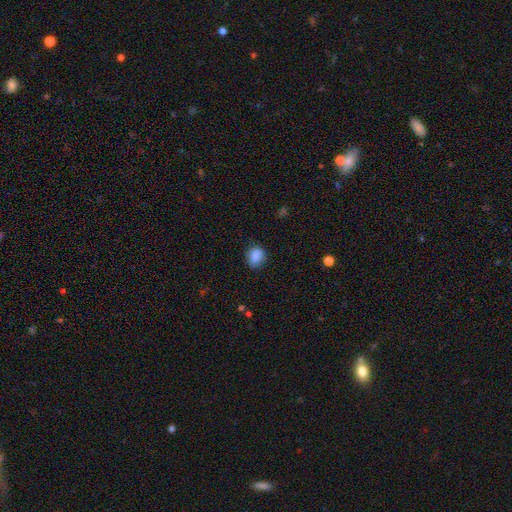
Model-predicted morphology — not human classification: Q: Smooth or featured?
A: smooth (86%); runner-up: star or artifact (9%)
Q: How rounded?
A: round (53%); runner-up: in between (46%)
Q: Merging?
A: none (74%); runner-up: minor disturbance (20%)